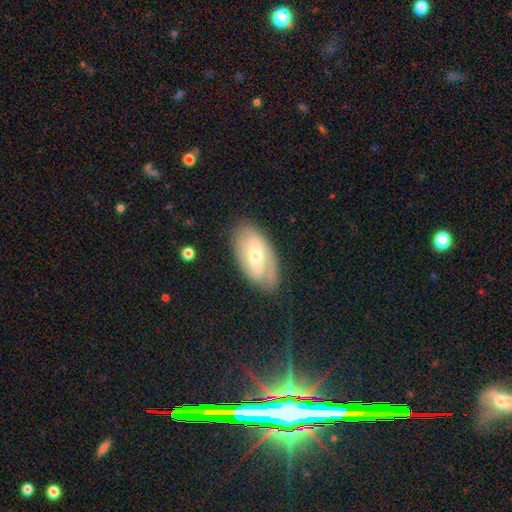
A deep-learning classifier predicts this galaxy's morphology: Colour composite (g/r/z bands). It shows a featured or disk galaxy (63%) with a strong bar (38%, tied with weak), spiral arms (68%) and a moderate central bulge (49%). Merging: none (76%).